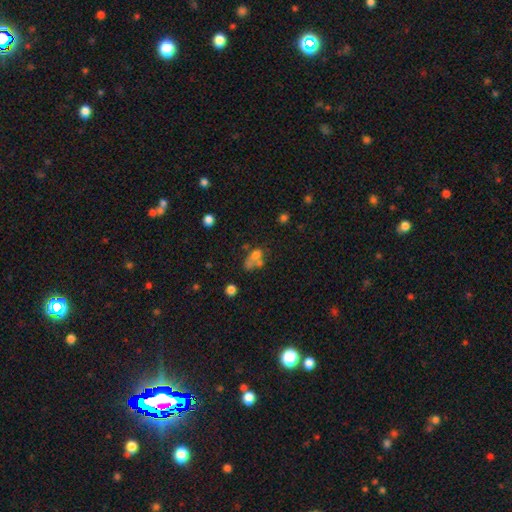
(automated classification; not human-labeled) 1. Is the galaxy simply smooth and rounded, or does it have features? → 59% smooth, 23% featured or disk, 18% star or artifact.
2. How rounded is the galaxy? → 55% in between, 41% round, 4% cigar-shaped.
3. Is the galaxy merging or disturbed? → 50% merger, 25% none, 14% major disturbance, 11% minor disturbance.